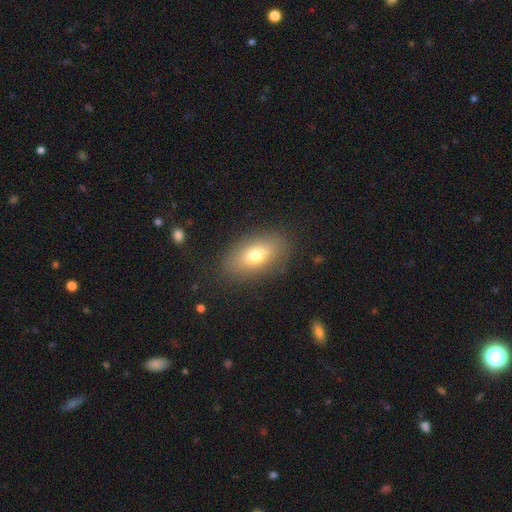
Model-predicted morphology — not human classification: Smooth or featured? smooth (72%)
How rounded? in between (87%)
Merging? none (85%)